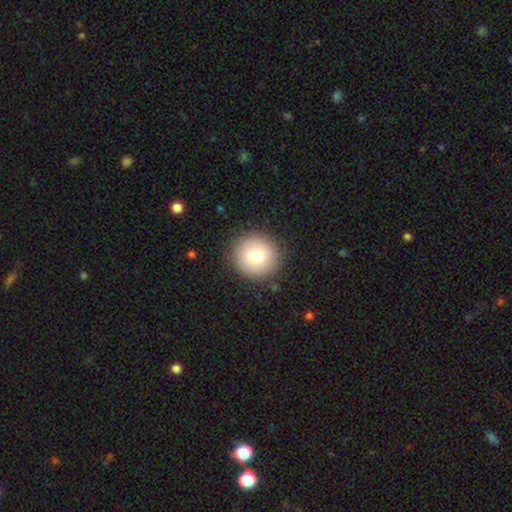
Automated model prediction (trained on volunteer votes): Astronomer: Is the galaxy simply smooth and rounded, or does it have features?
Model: smooth — 78%.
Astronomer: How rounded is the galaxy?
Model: round — 93%.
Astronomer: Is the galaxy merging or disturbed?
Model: none — 89%.